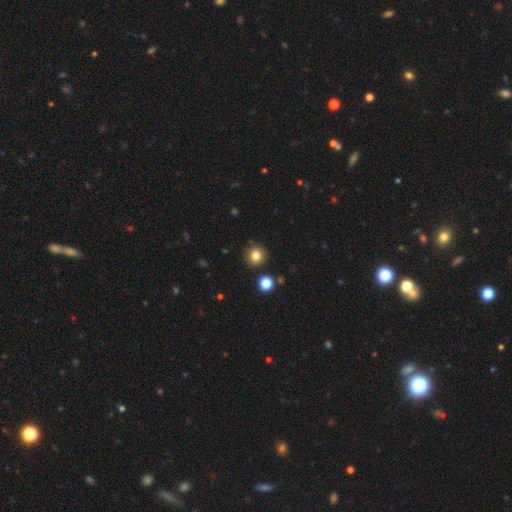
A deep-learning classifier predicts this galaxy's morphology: The model was most divided on "smooth or featured": smooth: 81%, star or artifact: 12%, featured or disk: 6%. More confident: how rounded — round (94%); merging — none (89%).